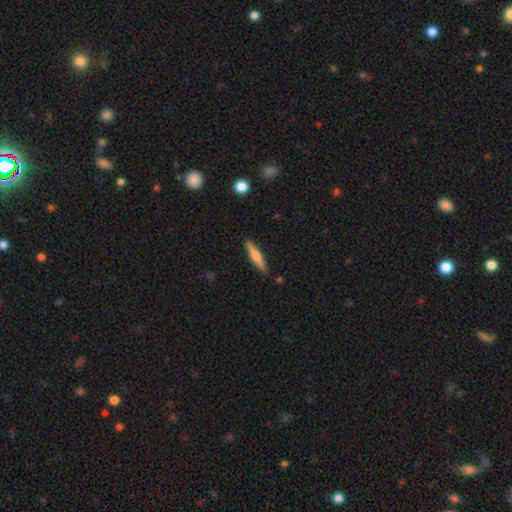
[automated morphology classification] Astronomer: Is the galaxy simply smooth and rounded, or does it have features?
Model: smooth — 64%.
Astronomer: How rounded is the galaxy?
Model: cigar-shaped — 89%.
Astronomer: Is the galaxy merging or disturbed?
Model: none — 88%.